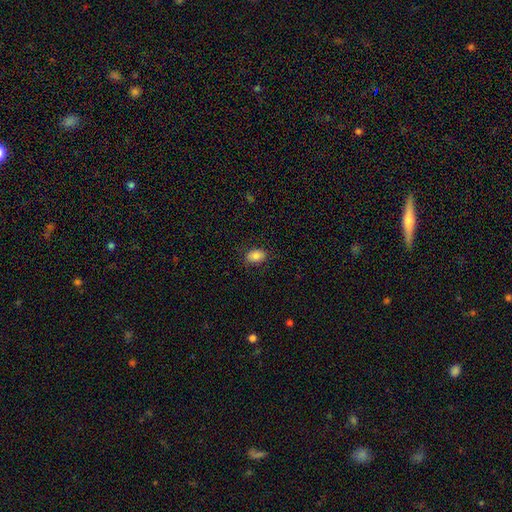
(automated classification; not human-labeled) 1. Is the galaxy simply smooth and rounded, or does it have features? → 85% smooth, 9% star or artifact, 7% featured or disk.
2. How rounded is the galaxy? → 81% in between, 18% round, 1% cigar-shaped.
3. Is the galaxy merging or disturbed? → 82% none, 13% minor disturbance, 4% major disturbance, 1% merger.